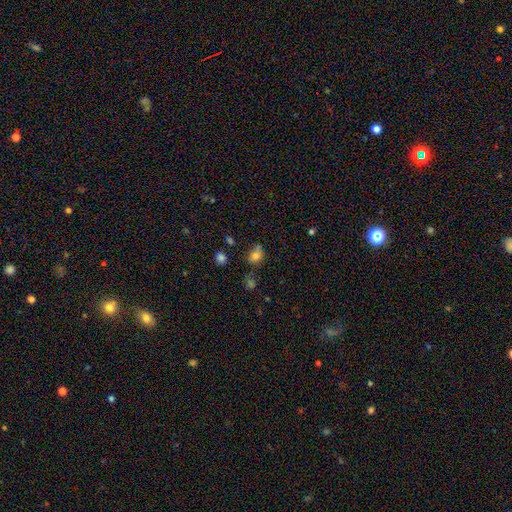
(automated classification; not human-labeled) This is likely a smooth galaxy (75%). How rounded: likely in between (61%). Merging: possibly none (57%).